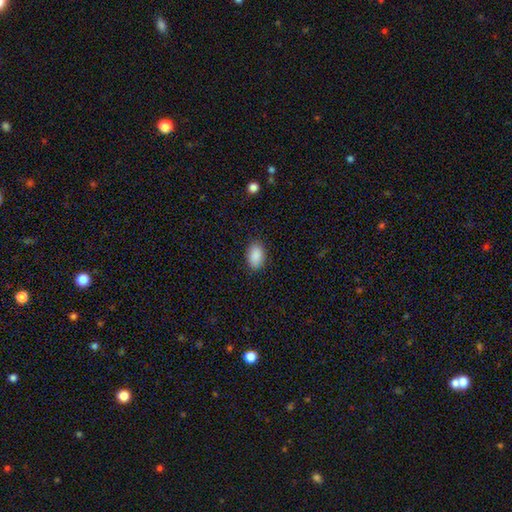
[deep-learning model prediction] Smooth or featured?
  - smooth: 90% *
  - star or artifact: 7%
  - featured or disk: 3%
How rounded?
  - in between: 89% *
  - round: 10%
  - cigar-shaped: 1%
Merging?
  - none: 88% *
  - minor disturbance: 9%
  - major disturbance: 2%
  - merger: 1%